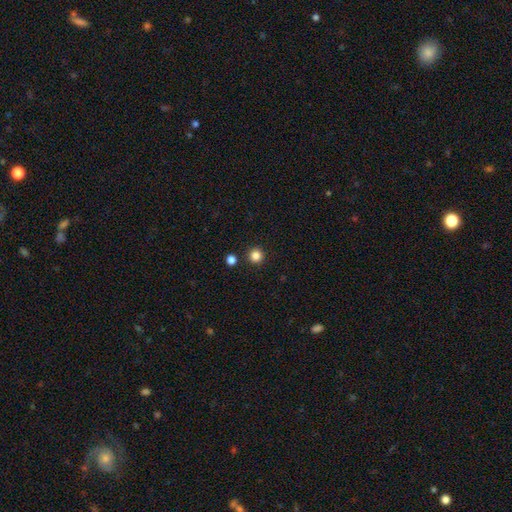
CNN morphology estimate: The model was most divided on "smooth or featured": smooth: 84%, star or artifact: 13%, featured or disk: 4%. More confident: how rounded — round (96%); merging — none (90%).